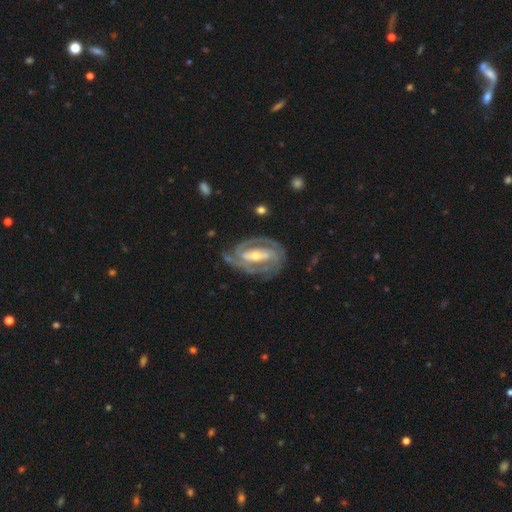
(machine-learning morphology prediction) smooth-or-featured: featured or disk: 91% | smooth: 5% | star or artifact: 4%
  disk-edge-on: no: 96% | yes: 4%
    bar: strong: 65% | weak: 24% | no: 11%
    has-spiral-arms: yes: 96% | no: 4%
      spiral-winding: tight: 62% | medium: 32% | loose: 5%
      spiral-arm-count: 2: 73% | 3: 13% | can't tell: 7% | 4: 3% | 1: 3% | more than 4: 2%
    bulge-size: moderate: 49% | small: 47% | large: 3% | none: 1% | dominant: 1%
  merging: none: 77% | minor disturbance: 15% | major disturbance: 7% | merger: 2%